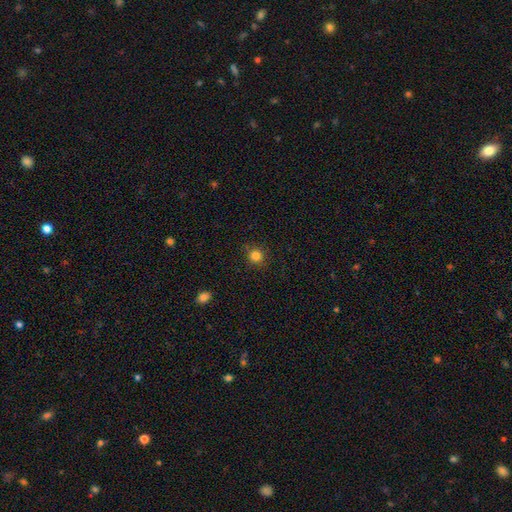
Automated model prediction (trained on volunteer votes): Morphology: type=smooth (83%); roundness=round (94%); merging=none (89%).